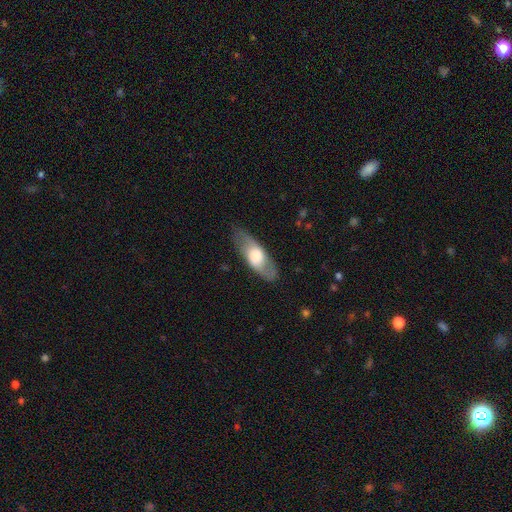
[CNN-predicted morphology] This appears to be a smooth galaxy with no disk features (50%) that is in between round and cigar-shaped (72%). Merging: none (77%).